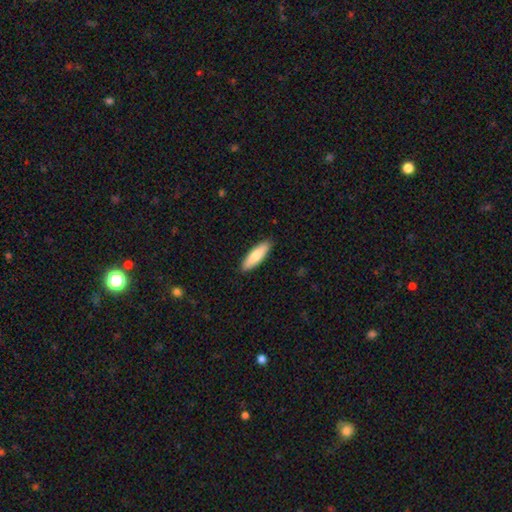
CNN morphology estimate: type=smooth (80%); roundness=cigar-shaped (60%); merging=none (90%).